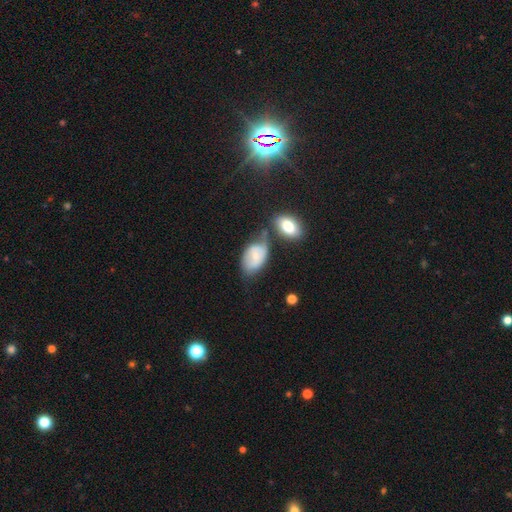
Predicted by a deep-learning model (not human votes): smooth 59%, featured or disk 34%, star or artifact 8%. Down the decision tree: how rounded — in between (89%); merging — none (38%).